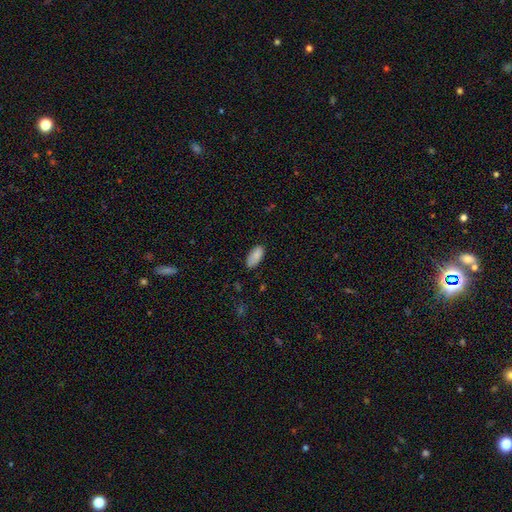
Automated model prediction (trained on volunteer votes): The model was most divided on "merging": none: 81%, minor disturbance: 15%, major disturbance: 3%, merger: 1%. More confident: how rounded — in between (92%); smooth or featured — smooth (88%).